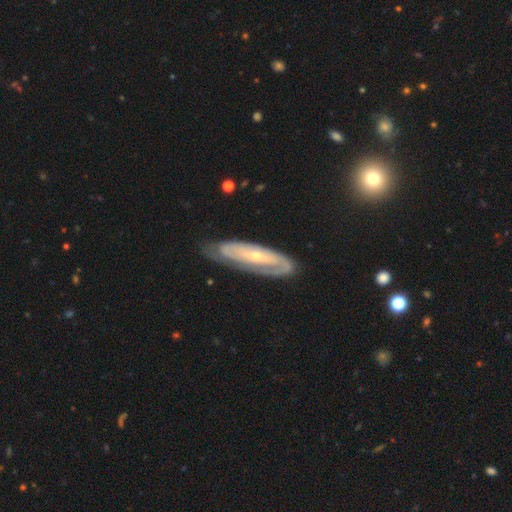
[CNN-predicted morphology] smooth-or-featured: featured or disk: 76% | smooth: 19% | star or artifact: 5%
  disk-edge-on: no: 80% | yes: 20%
    bar: no: 66% | weak: 23% | strong: 11%
    has-spiral-arms: yes: 81% | no: 19%
    bulge-size: small: 68% | moderate: 28% | large: 1% | none: 1% | dominant: 1%
  merging: none: 68% | minor disturbance: 21% | major disturbance: 9% | merger: 2%